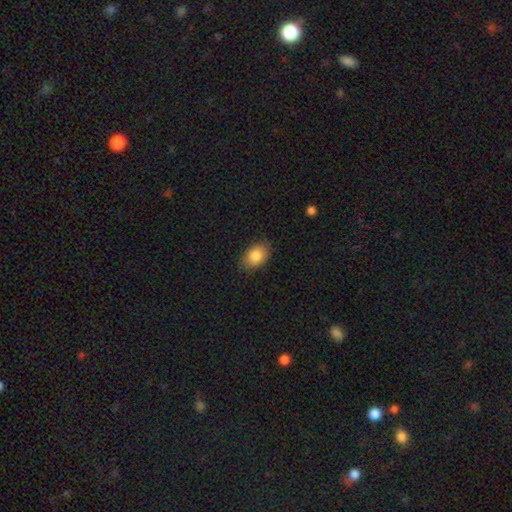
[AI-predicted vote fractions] Smooth or featured: smooth — 84% (featured or disk — 8%)
How rounded: in between — 86% (round — 13%)
Merging: none — 86% (minor disturbance — 11%)